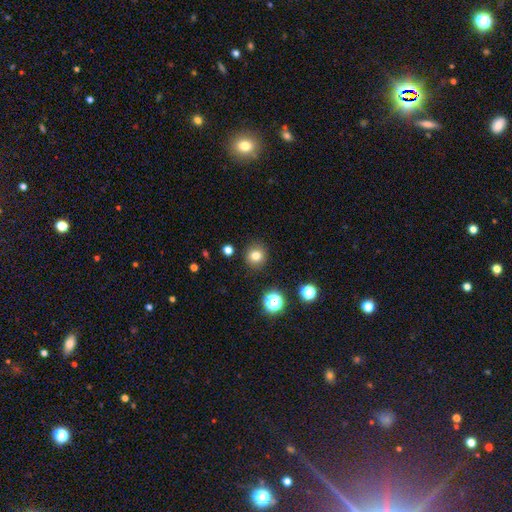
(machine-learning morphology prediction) Smooth or featured? smooth (79%)
How rounded? round (91%)
Merging? none (89%)